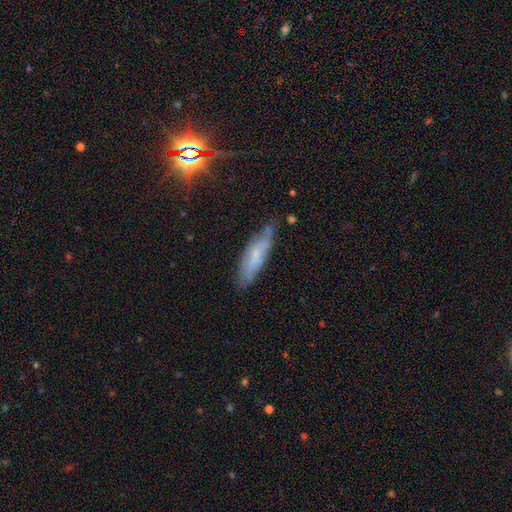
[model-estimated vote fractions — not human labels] Overall: smooth (54%; featured or disk 36%). How rounded: cigar-shaped (65%; in between 33%). Merging: none (65%; minor disturbance 26%).